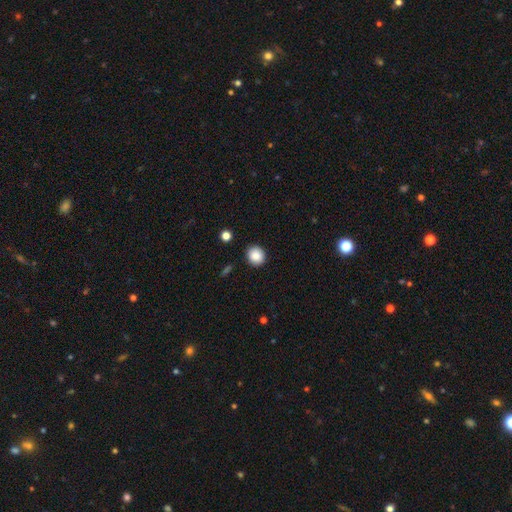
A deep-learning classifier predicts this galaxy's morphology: type=smooth (88%); roundness=round (83%); merging=none (90%).